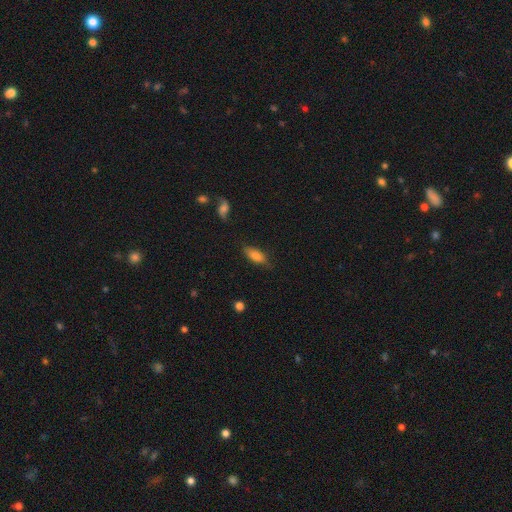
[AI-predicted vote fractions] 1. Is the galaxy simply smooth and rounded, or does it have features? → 77% smooth, 16% featured or disk, 8% star or artifact.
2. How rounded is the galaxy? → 75% in between, 22% cigar-shaped, 3% round.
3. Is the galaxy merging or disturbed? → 74% none, 19% minor disturbance, 4% major disturbance, 2% merger.